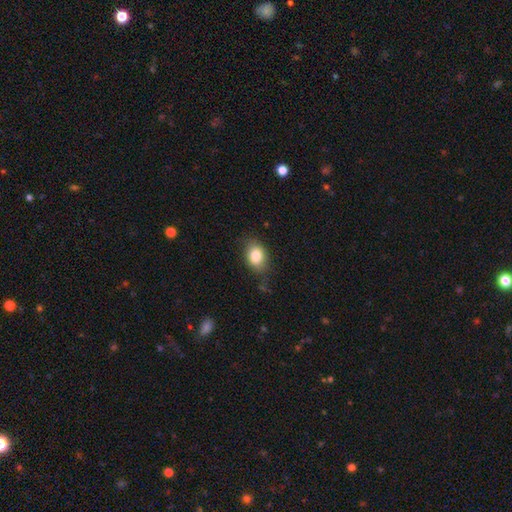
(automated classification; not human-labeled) Smooth or featured: smooth — 83% (featured or disk — 9%)
How rounded: in between — 75% (round — 24%)
Merging: none — 75% (minor disturbance — 19%)